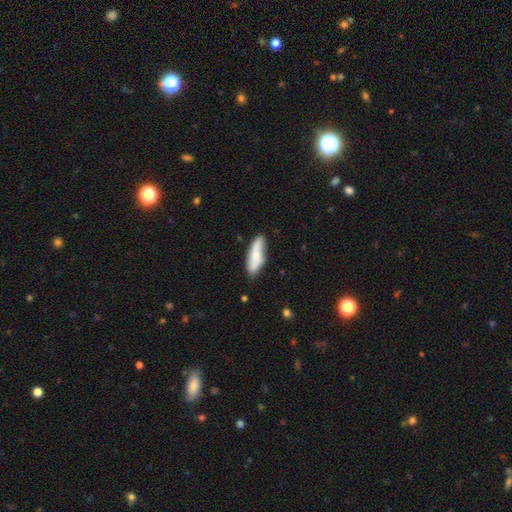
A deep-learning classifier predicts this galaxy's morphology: smooth-or-featured: smooth: 70% | featured or disk: 24% | star or artifact: 6%
  how-rounded: in between: 51% | cigar-shaped: 47% | round: 2%
  merging: none: 77% | minor disturbance: 18% | major disturbance: 3% | merger: 3%